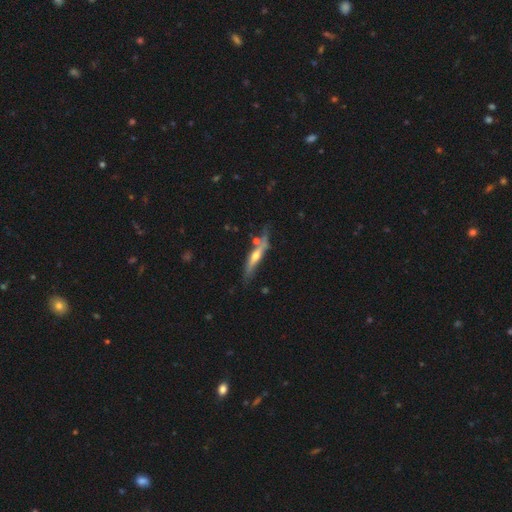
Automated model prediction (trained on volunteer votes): Smooth or featured?
  - featured or disk: 62% *
  - smooth: 32%
  - star or artifact: 6%
Edge-on disk?
  - yes: 85% *
  - no: 15%
Edge-on bulge?
  - rounded: 85% *
  - none: 11%
  - boxy: 4%
Merging?
  - none: 59% *
  - minor disturbance: 24%
  - merger: 10%
  - major disturbance: 7%